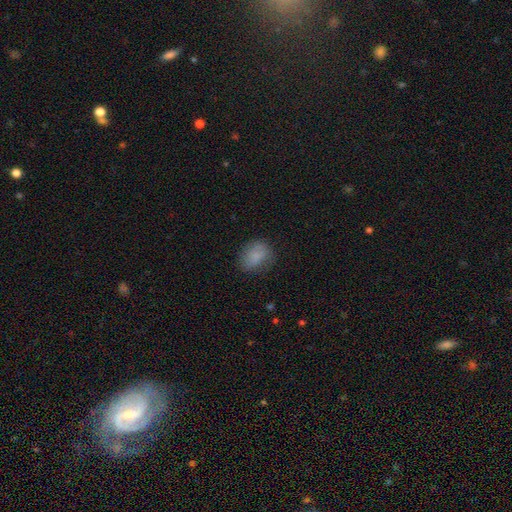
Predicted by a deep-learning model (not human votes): A smooth galaxy with no disk features (82%) that is in between round and cigar-shaped (65%).

Vote fractions:
- Smooth or featured? smooth: 82% / featured or disk: 9% / star or artifact: 9%
- How rounded? in between: 65% / round: 34% / cigar-shaped: 1%
- Merging? none: 69% / minor disturbance: 22% / major disturbance: 8% / merger: 1%